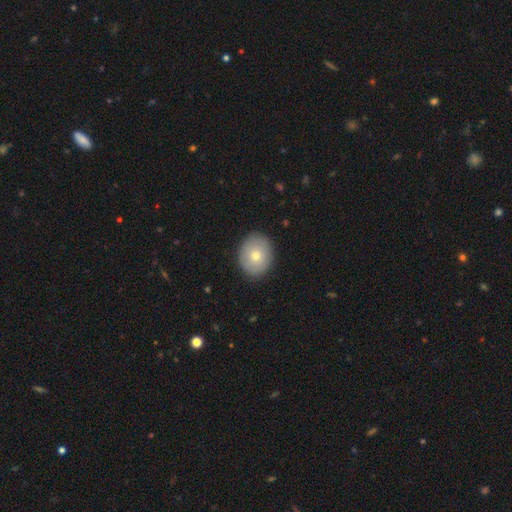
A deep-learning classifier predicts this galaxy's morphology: The model was most divided on "how rounded": round: 56%, in between: 43%, cigar-shaped: 1%. More confident: merging — none (86%); smooth or featured — smooth (70%).